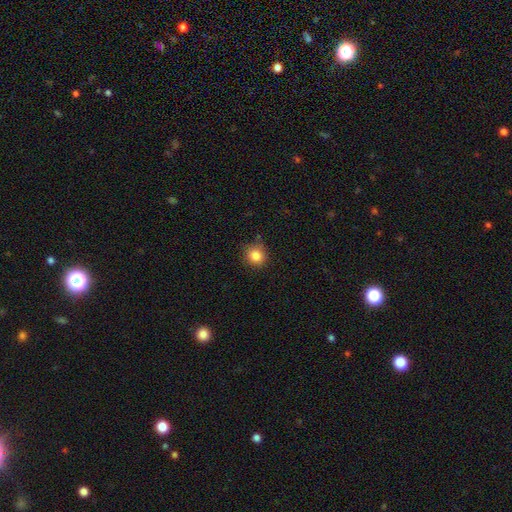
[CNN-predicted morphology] smooth_or_featured: smooth (p=0.85) [alt: star or artifact p=0.11]
how_rounded: round (p=0.90) [alt: in between p=0.09]
merging: none (p=0.82) [alt: minor disturbance p=0.14]